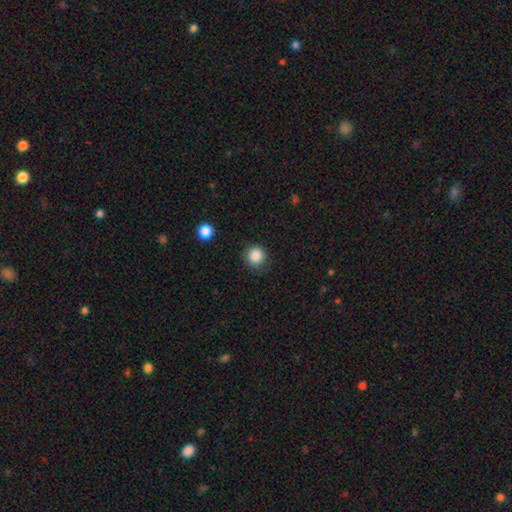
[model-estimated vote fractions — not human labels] Overall: smooth (87%). How rounded: round (93%). Merging: none (86%).